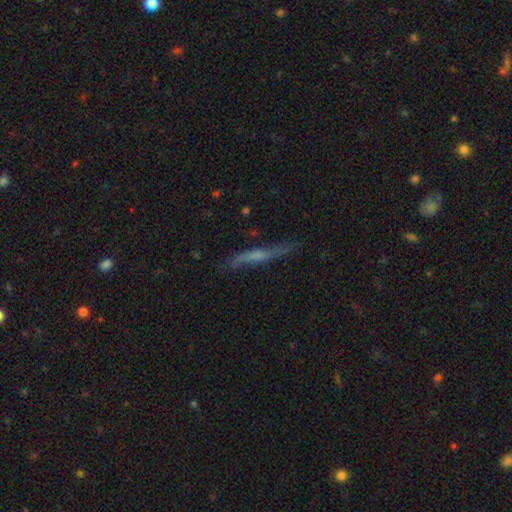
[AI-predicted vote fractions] Smooth or featured? featured or disk (57%)
Edge-on disk? yes (91%)
Edge-on bulge? none (46%)
Merging? none (78%)